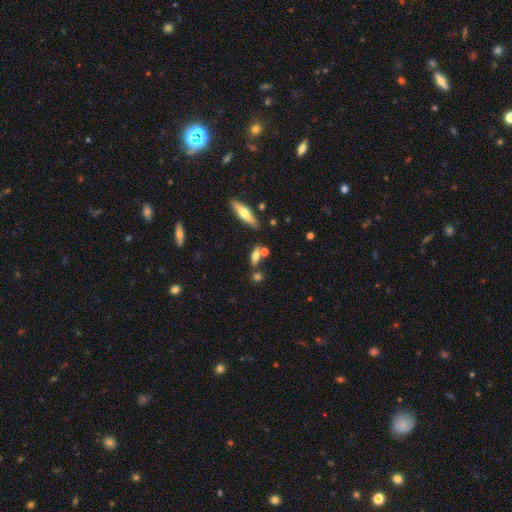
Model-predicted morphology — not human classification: A smooth galaxy with no disk features (59%) that is in between round and cigar-shaped (51%).

Vote fractions:
- Smooth or featured? smooth: 59% / featured or disk: 29% / star or artifact: 12%
- How rounded? in between: 51% / cigar-shaped: 38% / round: 11%
- Merging? none: 59% / merger: 23% / minor disturbance: 13% / major disturbance: 5%